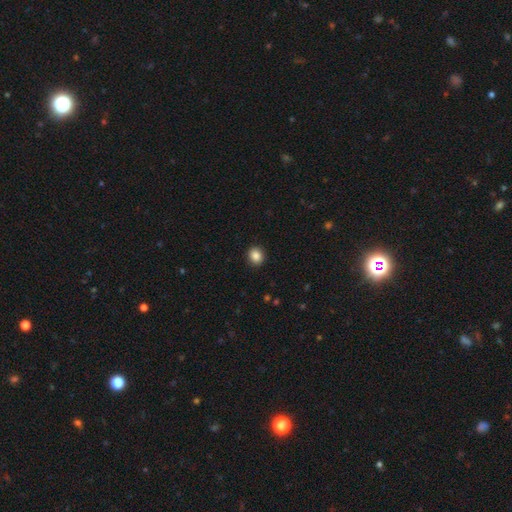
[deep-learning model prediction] This appears to be a smooth galaxy with no disk features (87%) that is round (76%). Merging: none (92%).